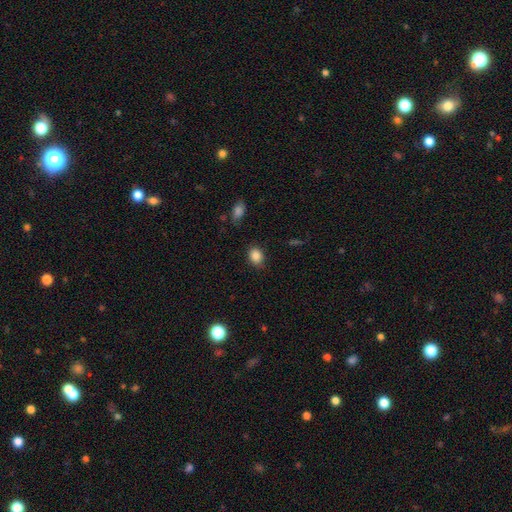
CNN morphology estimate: smooth-or-featured: smooth: 86% | star or artifact: 9% | featured or disk: 4%
  how-rounded: in between: 56% | round: 43% | cigar-shaped: 1%
  merging: none: 83% | minor disturbance: 12% | major disturbance: 3% | merger: 1%